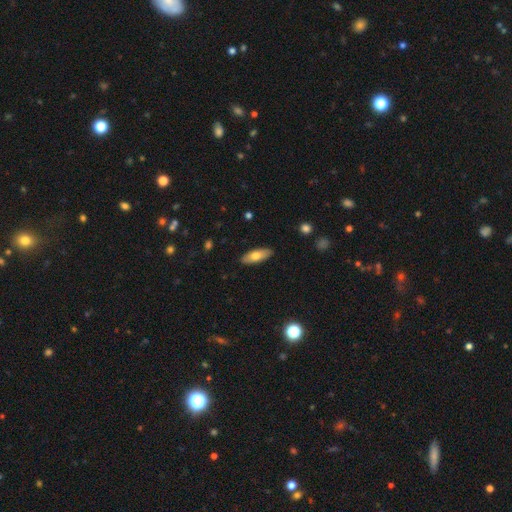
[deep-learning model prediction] Smooth or featured?
  - smooth: 70% *
  - featured or disk: 24%
  - star or artifact: 6%
How rounded?
  - in between: 70% *
  - cigar-shaped: 28%
  - round: 2%
Merging?
  - none: 88% *
  - minor disturbance: 9%
  - major disturbance: 2%
  - merger: 1%